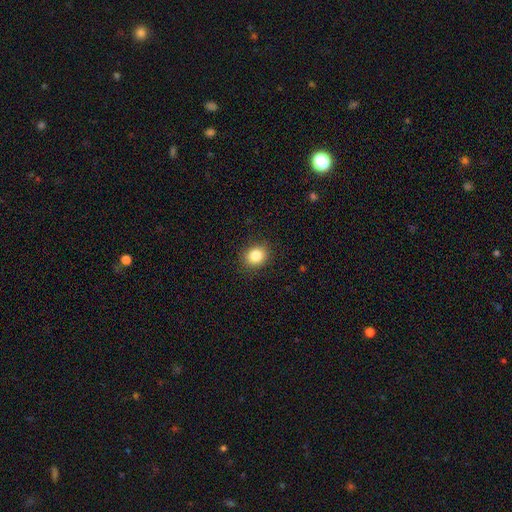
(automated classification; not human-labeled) Overall: smooth (85%). How rounded: round (63%; in between 37%). Merging: none (89%).